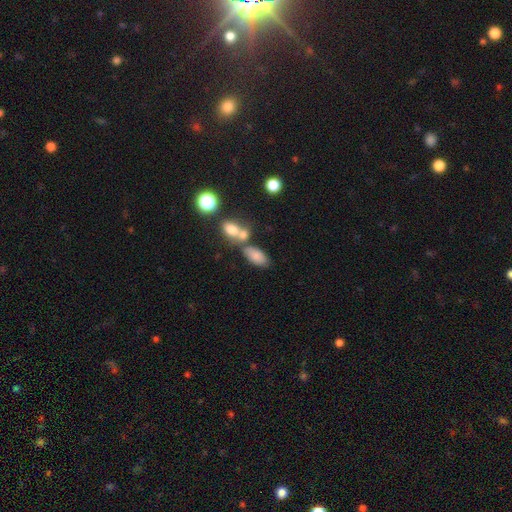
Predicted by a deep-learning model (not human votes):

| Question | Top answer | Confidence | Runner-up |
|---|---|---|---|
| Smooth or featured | smooth | 80% | featured or disk (10%) |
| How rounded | in between | 89% | cigar-shaped (6%) |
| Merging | none | 47% | merger (34%) |